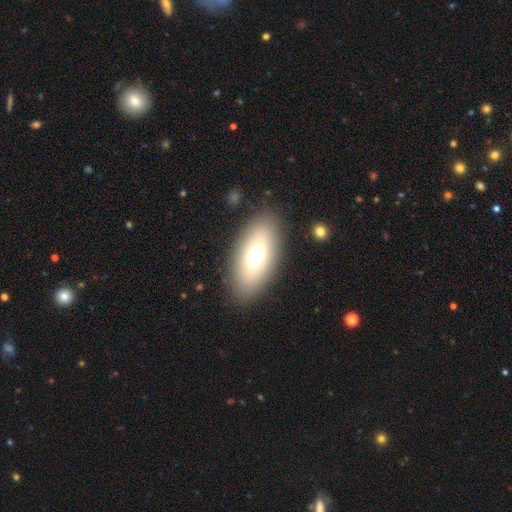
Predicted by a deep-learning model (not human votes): The model was most divided on "smooth or featured": smooth: 67%, featured or disk: 25%, star or artifact: 8%. More confident: how rounded — in between (88%); merging — none (86%).